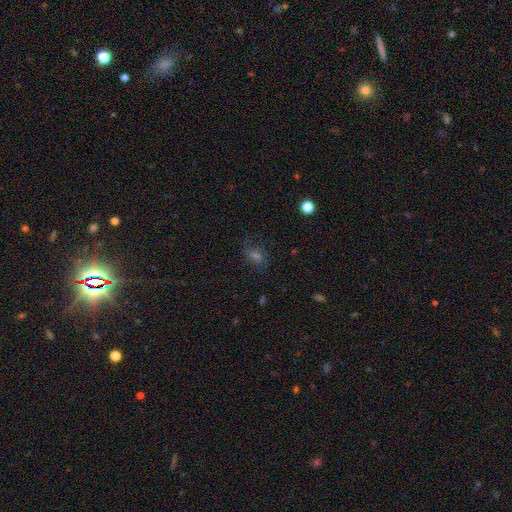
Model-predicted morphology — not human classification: A smooth galaxy with no disk features (42%).

Vote fractions:
- Smooth or featured? smooth: 42% / star or artifact: 34% / featured or disk: 24%
- Merging? none: 68% / minor disturbance: 18% / major disturbance: 12% / merger: 2%